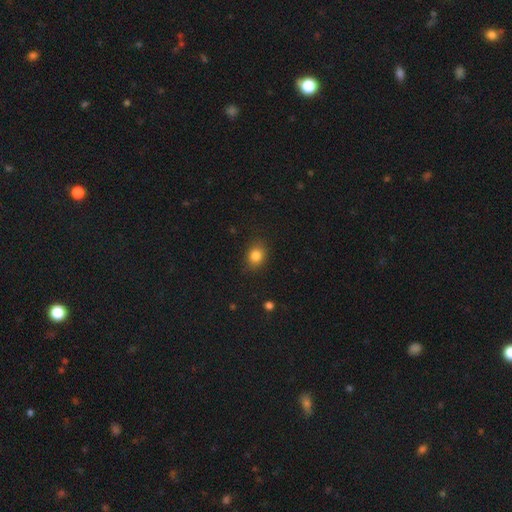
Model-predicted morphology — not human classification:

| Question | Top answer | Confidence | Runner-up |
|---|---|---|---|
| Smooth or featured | smooth | 83% | star or artifact (11%) |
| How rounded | round | 52% | in between (47%) |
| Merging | none | 83% | minor disturbance (12%) |